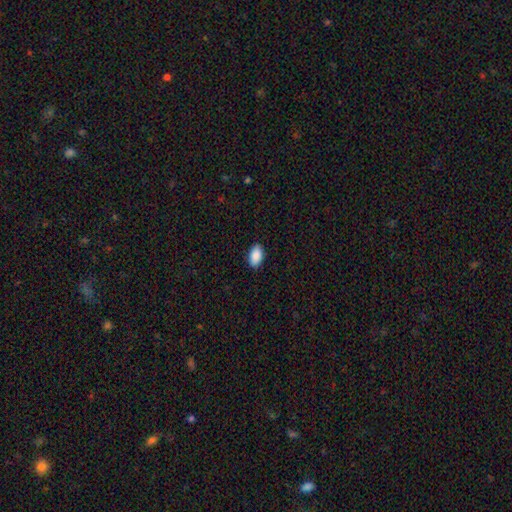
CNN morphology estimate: Smooth or featured: smooth — 90% (star or artifact — 7%)
How rounded: in between — 94% (round — 5%)
Merging: none — 89% (minor disturbance — 8%)